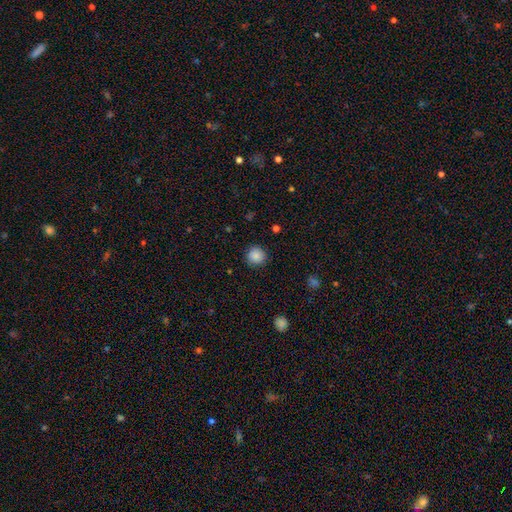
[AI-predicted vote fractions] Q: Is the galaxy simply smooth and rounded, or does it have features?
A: smooth — 85%.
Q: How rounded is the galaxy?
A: round — 94%.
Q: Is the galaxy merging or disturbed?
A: none — 89%.